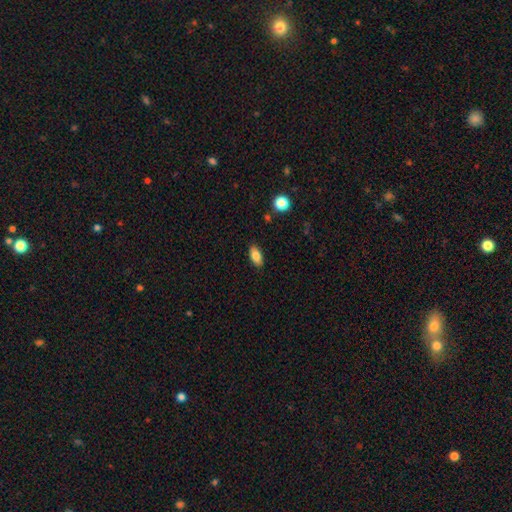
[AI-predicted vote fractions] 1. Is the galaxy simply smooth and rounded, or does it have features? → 82% smooth, 9% featured or disk, 8% star or artifact.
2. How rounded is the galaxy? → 89% in between, 6% cigar-shaped, 4% round.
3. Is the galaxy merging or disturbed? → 88% none, 9% minor disturbance, 2% major disturbance, 1% merger.